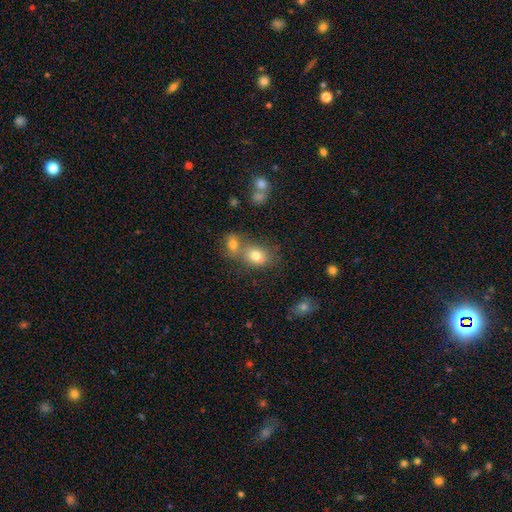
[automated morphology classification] Q: Smooth or featured?
A: smooth (76%); runner-up: star or artifact (12%)
Q: How rounded?
A: in between (64%); runner-up: round (35%)
Q: Merging?
A: merger (44%); runner-up: none (41%)